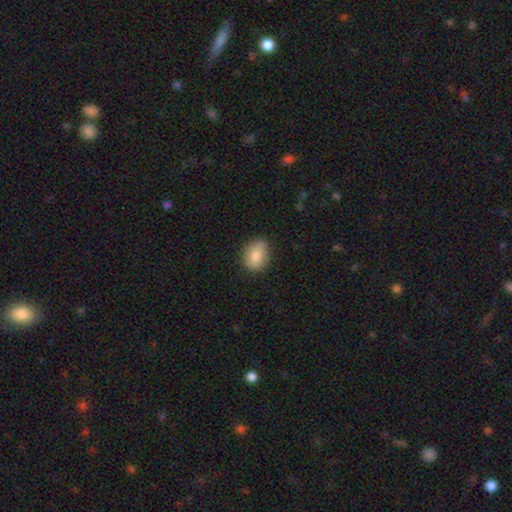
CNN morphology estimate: This is clearly a smooth galaxy (82%). How rounded: possibly in between (59%). Merging: likely none (78%).